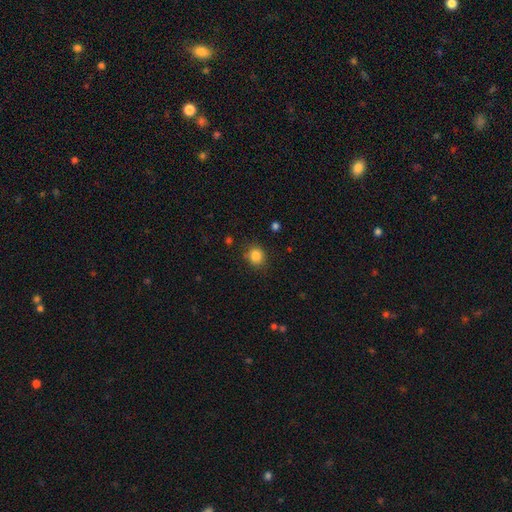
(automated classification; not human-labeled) A smooth galaxy with no disk features (85%) that is round (80%).

Vote fractions:
- Smooth or featured? smooth: 85% / star or artifact: 11% / featured or disk: 4%
- How rounded? round: 80% / in between: 19% / cigar-shaped: 1%
- Merging? none: 85% / minor disturbance: 10% / major disturbance: 3% / merger: 2%